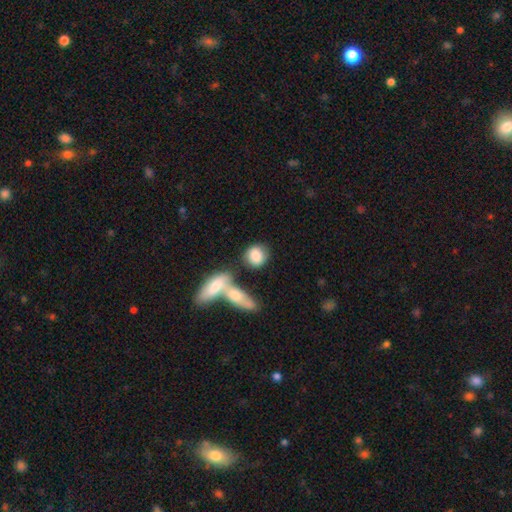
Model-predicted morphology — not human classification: This is clearly a smooth galaxy (80%). How rounded: likely round (63%). Merging: possibly none (58%).